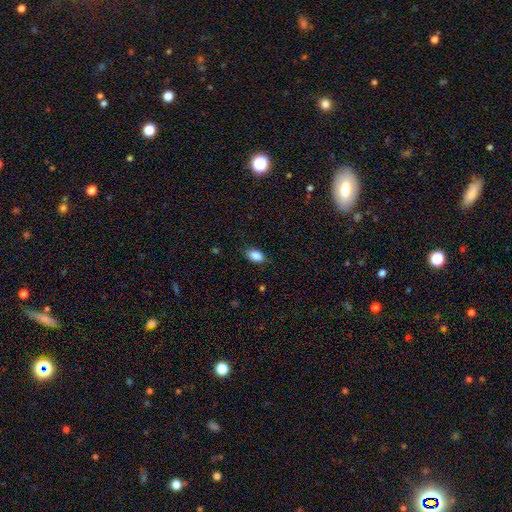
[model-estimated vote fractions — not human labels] Q: Smooth or featured?
A: smooth (88%); runner-up: star or artifact (8%)
Q: How rounded?
A: in between (91%); runner-up: round (7%)
Q: Merging?
A: none (84%); runner-up: minor disturbance (13%)